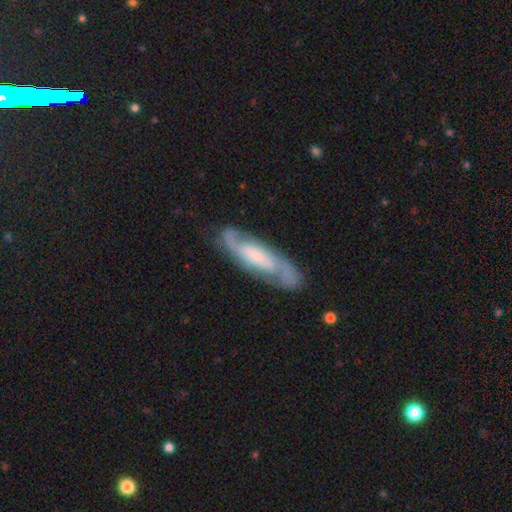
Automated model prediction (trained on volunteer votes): featured or disk 80%, smooth 14%, star or artifact 5%. Down the decision tree: edge-on disk — no (87%); bar — no (45%); spiral arms — yes (95%); spiral arm count — 2 (87%); spiral winding — medium (48%); bulge size — small (41%); merging — none (80%).